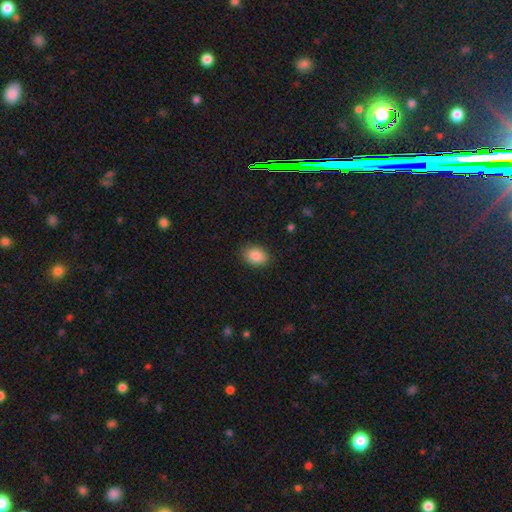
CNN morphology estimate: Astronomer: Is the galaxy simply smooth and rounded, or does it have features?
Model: smooth — 88%.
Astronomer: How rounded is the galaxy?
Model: in between — 75%.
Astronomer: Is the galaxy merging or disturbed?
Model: none — 87%.